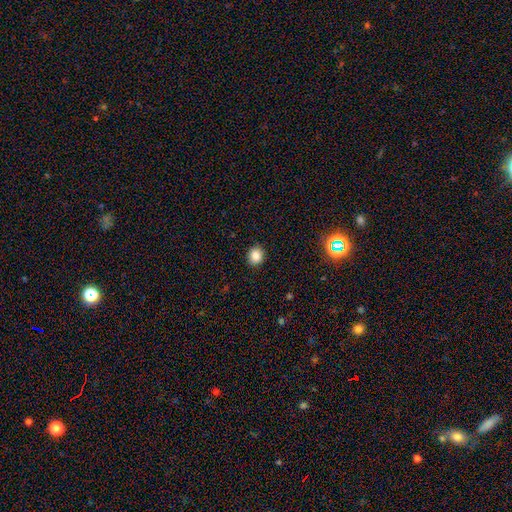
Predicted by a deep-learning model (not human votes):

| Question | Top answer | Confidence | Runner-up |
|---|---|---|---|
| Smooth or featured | smooth | 84% | star or artifact (11%) |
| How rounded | round | 77% | in between (23%) |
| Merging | none | 91% | minor disturbance (6%) |